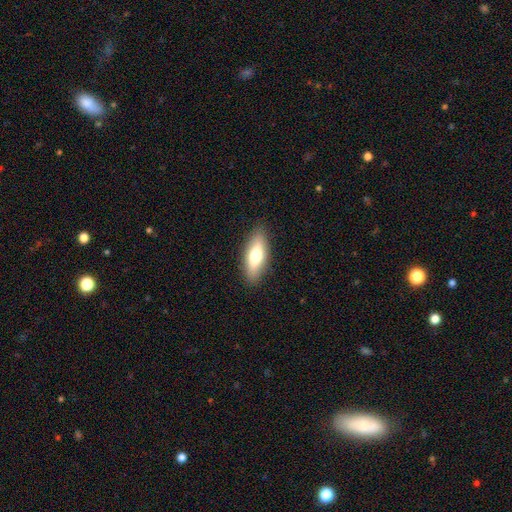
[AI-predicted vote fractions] Smooth or featured? smooth (68%)
How rounded? in between (64%)
Merging? none (88%)